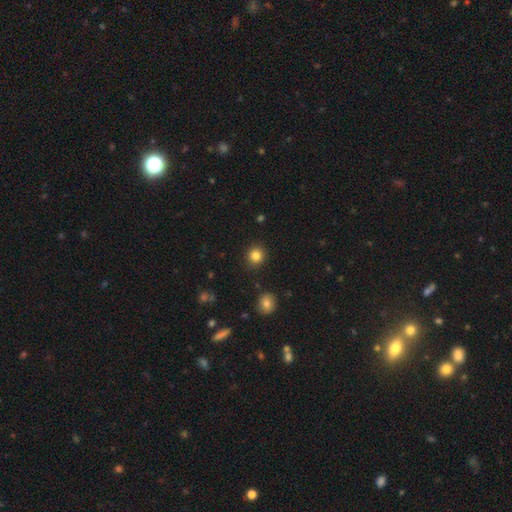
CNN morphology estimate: Q: Smooth or featured?
A: smooth (84%); runner-up: star or artifact (11%)
Q: How rounded?
A: round (89%); runner-up: in between (10%)
Q: Merging?
A: none (90%); runner-up: minor disturbance (6%)